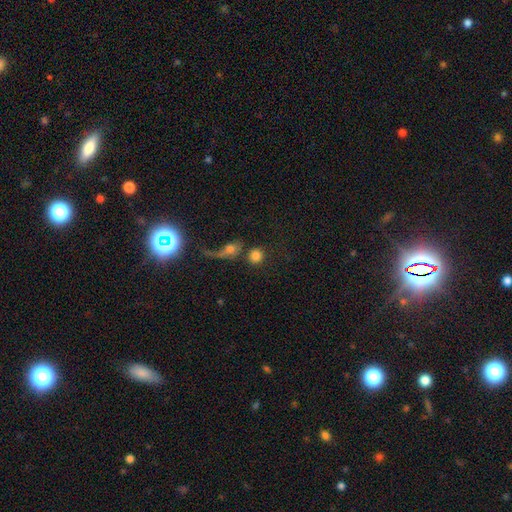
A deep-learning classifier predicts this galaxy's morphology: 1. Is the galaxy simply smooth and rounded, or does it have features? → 79% smooth, 11% star or artifact, 11% featured or disk.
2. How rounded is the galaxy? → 89% round, 10% in between, 2% cigar-shaped.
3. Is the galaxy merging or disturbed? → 54% none, 27% merger, 10% major disturbance, 9% minor disturbance.